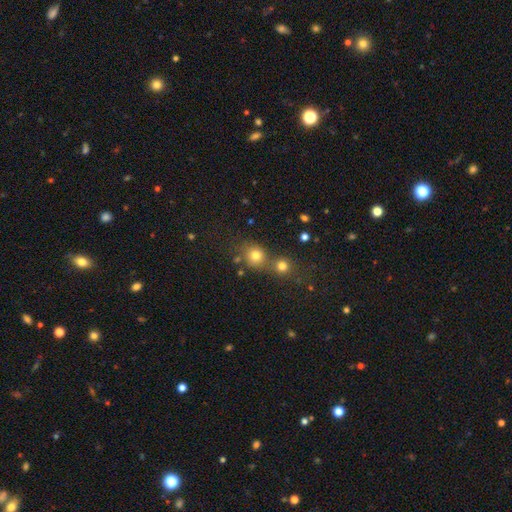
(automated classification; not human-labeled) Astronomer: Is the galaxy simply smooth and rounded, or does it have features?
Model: smooth — 76%.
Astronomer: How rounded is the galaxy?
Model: round — 84%.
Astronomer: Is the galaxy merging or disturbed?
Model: none — 53% (runner-up: merger, 36%).